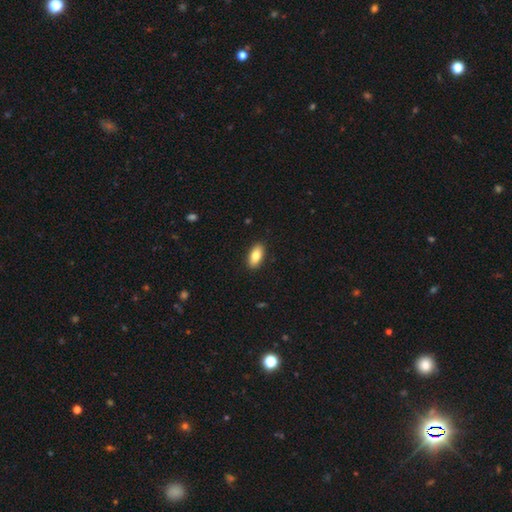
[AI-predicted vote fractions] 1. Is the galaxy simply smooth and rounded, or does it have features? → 80% smooth, 14% featured or disk, 7% star or artifact.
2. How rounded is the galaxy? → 89% in between, 8% cigar-shaped, 3% round.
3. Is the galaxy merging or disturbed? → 90% none, 8% minor disturbance, 2% major disturbance, 1% merger.